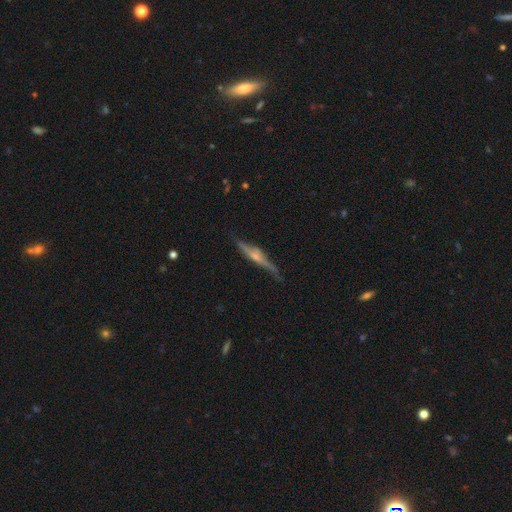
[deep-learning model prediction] Morphology: type=featured or disk (69%); edge-on=yes (93%); edge-on bulge=rounded (58%); merging=none (69%).